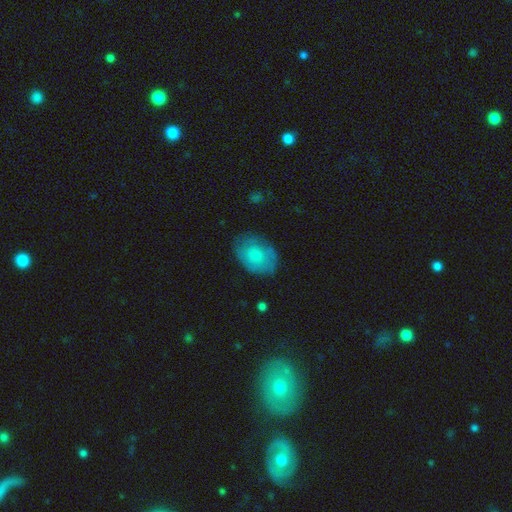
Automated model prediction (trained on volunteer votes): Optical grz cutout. It shows a smooth galaxy with no disk features (62%) that is in between round and cigar-shaped (77%). Merging: none (69%).